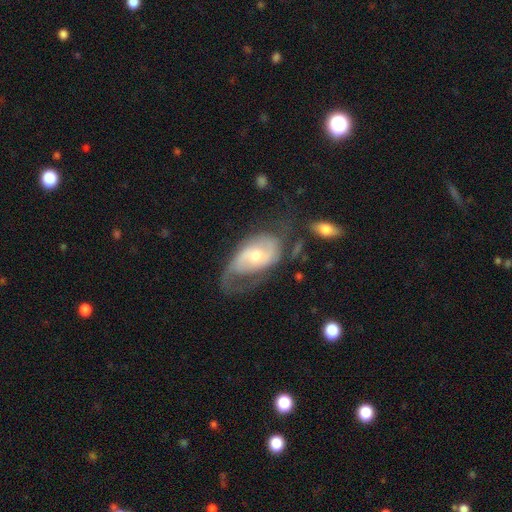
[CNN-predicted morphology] This is likely a featured or disk galaxy (69%). It is clearly not viewed edge-on (94%). Bar: possibly no (59%). Spiral arm pattern: clearly yes (83%). Spiral arm count: possibly 2 (58%). Spiral winding: marginally loose (41%). Central bulge: likely moderate (62%). Merging: marginally none (36%).